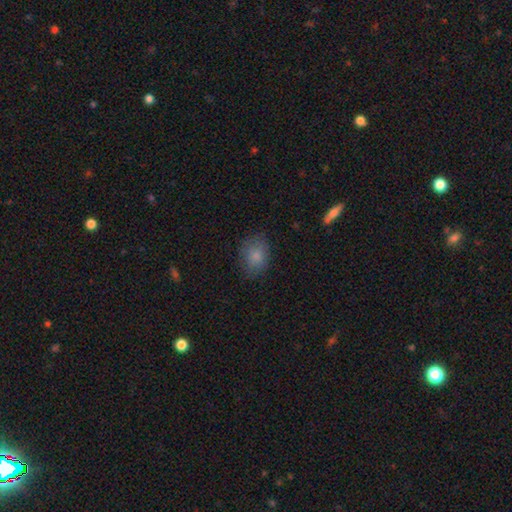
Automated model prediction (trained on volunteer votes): A smooth galaxy with no disk features (82%) that is in between round and cigar-shaped (65%).

Vote fractions:
- Smooth or featured? smooth: 82% / featured or disk: 9% / star or artifact: 9%
- How rounded? in between: 65% / round: 33% / cigar-shaped: 1%
- Merging? none: 78% / minor disturbance: 16% / major disturbance: 5% / merger: 1%